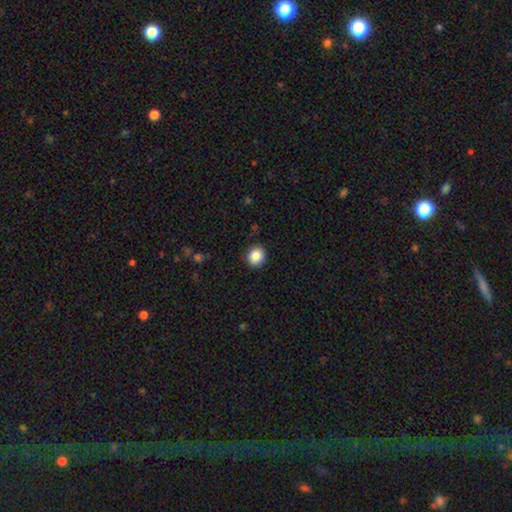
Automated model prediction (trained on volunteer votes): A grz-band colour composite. It shows a smooth galaxy with no disk features (85%) that is round (82%). Merging: none (90%).